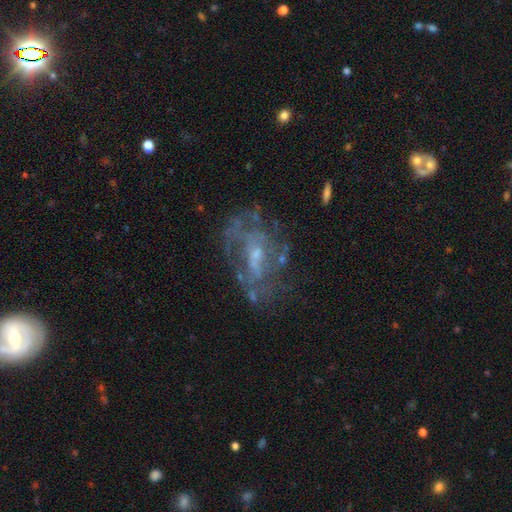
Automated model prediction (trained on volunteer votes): This appears to be a featured or disk galaxy (74%) with no bar (53%), spiral arms (52%) and a small central bulge (60%). Merging: none (56%).